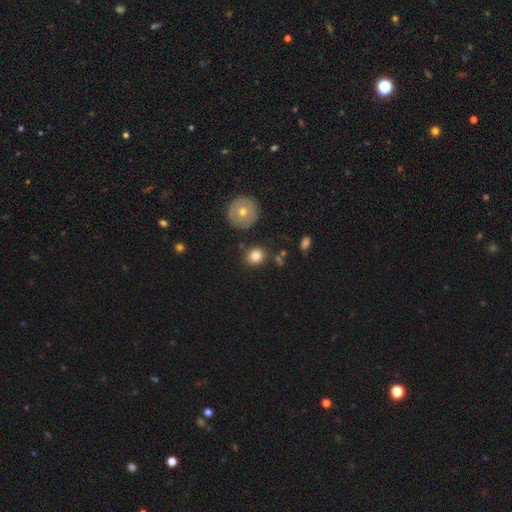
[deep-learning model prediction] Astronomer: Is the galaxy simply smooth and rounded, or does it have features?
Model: smooth — 82%.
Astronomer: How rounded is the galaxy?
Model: round — 78%.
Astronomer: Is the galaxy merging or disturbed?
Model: none — 82%.